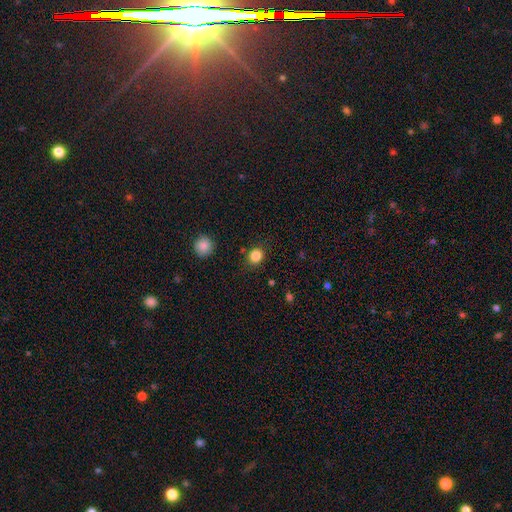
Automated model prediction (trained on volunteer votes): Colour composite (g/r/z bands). It shows a smooth galaxy with no disk features (85%) that is round (74%). Merging: none (83%).